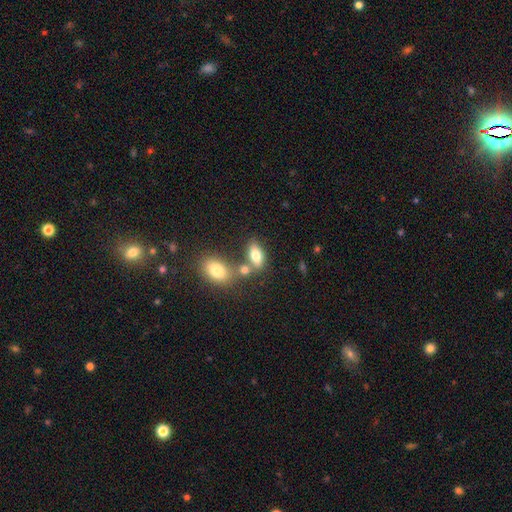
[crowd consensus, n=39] Smooth or featured?
  - smooth: 72% *
  - featured or disk: 23%
  - star or artifact: 5%
How rounded?
  - in between: 68% *
  - round: 18%
  - cigar-shaped: 14%
Merging?
  - none: 43% *
  - merger: 41%
  - minor disturbance: 11%
  - major disturbance: 5%